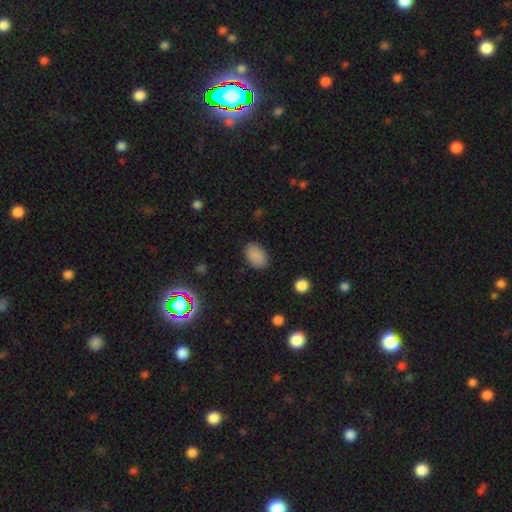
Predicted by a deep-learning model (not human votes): Q: Smooth or featured?
A: smooth (87%); runner-up: star or artifact (9%)
Q: How rounded?
A: in between (88%); runner-up: round (10%)
Q: Merging?
A: none (85%); runner-up: minor disturbance (11%)